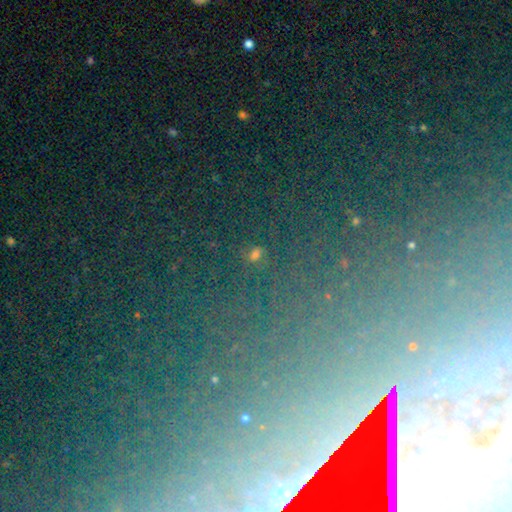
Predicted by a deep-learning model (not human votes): A star or artifact, not a galaxy (55%).